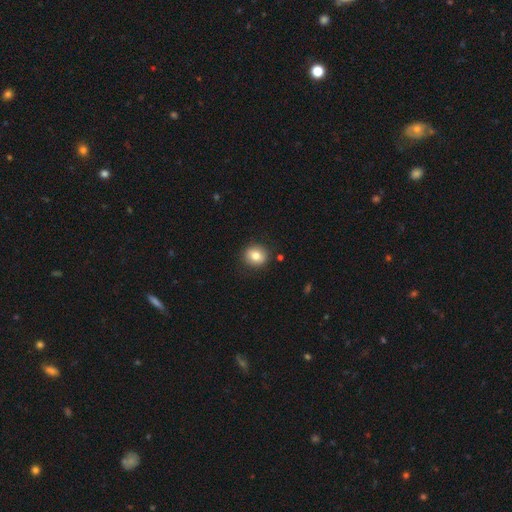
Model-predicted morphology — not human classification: Smooth or featured: smooth — 80% (featured or disk — 11%)
How rounded: round — 74% (in between — 25%)
Merging: none — 87% (minor disturbance — 9%)